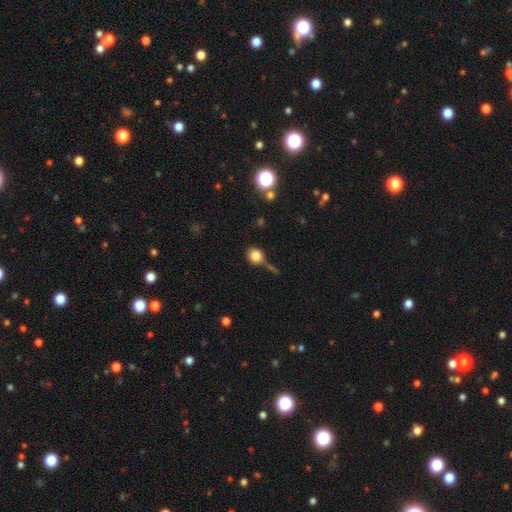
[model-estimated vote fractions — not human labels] Smooth or featured? Predicted: smooth (p=0.82). How rounded? Predicted: round (p=0.83). Merging? Predicted: none (p=0.62).